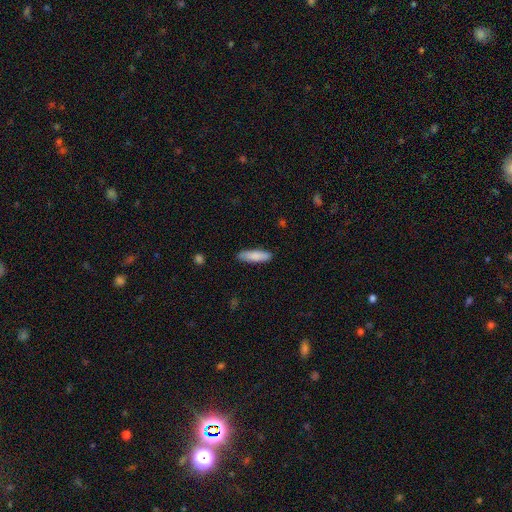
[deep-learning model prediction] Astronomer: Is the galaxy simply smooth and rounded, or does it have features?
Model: smooth — 85%.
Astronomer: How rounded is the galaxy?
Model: cigar-shaped — 62%.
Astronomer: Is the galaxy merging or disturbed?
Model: none — 87%.